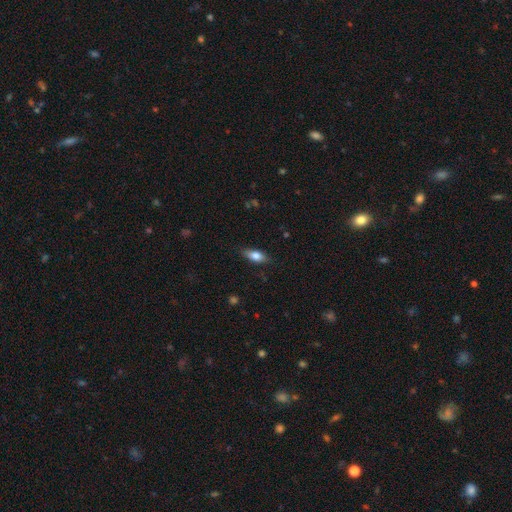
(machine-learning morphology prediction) Smooth or featured?
  - smooth: 75% *
  - featured or disk: 19%
  - star or artifact: 7%
How rounded?
  - in between: 77% *
  - cigar-shaped: 20%
  - round: 3%
Merging?
  - none: 84% *
  - minor disturbance: 13%
  - major disturbance: 3%
  - merger: 1%